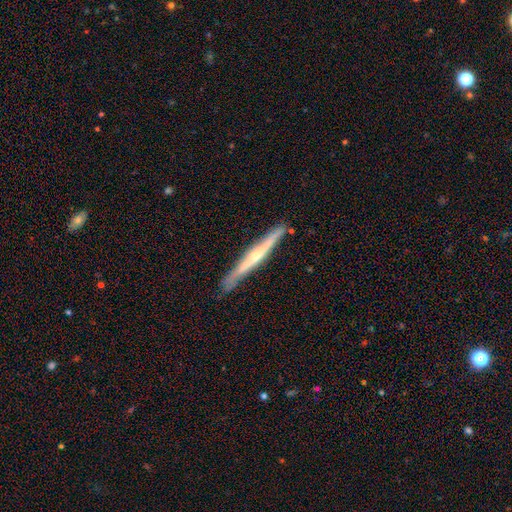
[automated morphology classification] A featured or disk galaxy (73%) viewed edge-on (97%) with a rounded central bulge (77%).

Vote fractions:
- Smooth or featured? featured or disk: 73% / smooth: 22% / star or artifact: 5%
- Edge-on disk? yes: 97% / no: 3%
- Edge-on bulge? rounded: 77% / none: 19% / boxy: 4%
- Merging? none: 87% / minor disturbance: 10% / major disturbance: 2% / merger: 1%